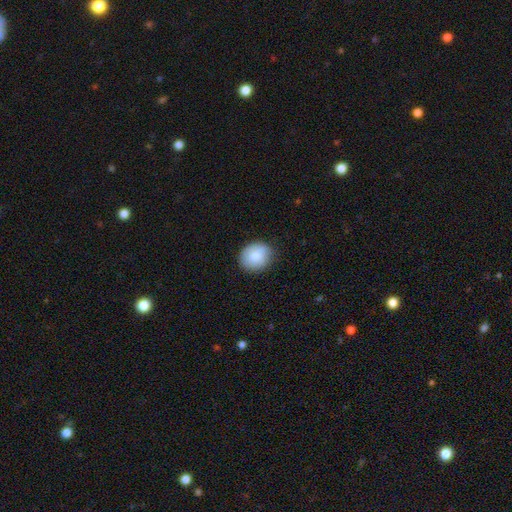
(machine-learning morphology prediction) smooth-or-featured: smooth: 83% | featured or disk: 10% | star or artifact: 7%
  how-rounded: round: 64% | in between: 35% | cigar-shaped: 1%
  merging: none: 81% | minor disturbance: 15% | major disturbance: 3% | merger: 1%